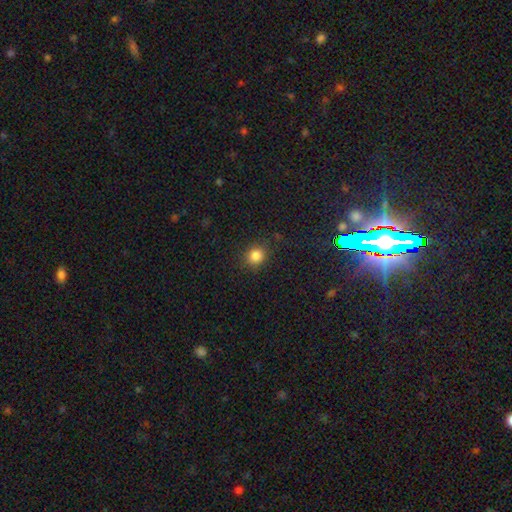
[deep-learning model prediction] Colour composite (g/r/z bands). It shows a smooth galaxy with no disk features (84%) that is round (78%). Merging: none (86%).